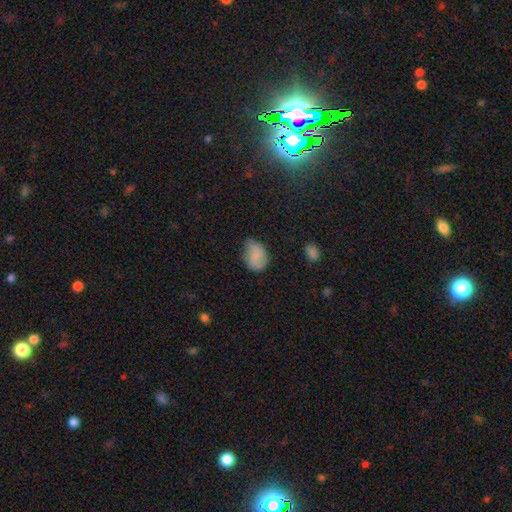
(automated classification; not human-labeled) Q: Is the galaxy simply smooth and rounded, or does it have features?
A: smooth — 73%.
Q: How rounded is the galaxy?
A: in between — 70%.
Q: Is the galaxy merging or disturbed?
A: none — 49%.